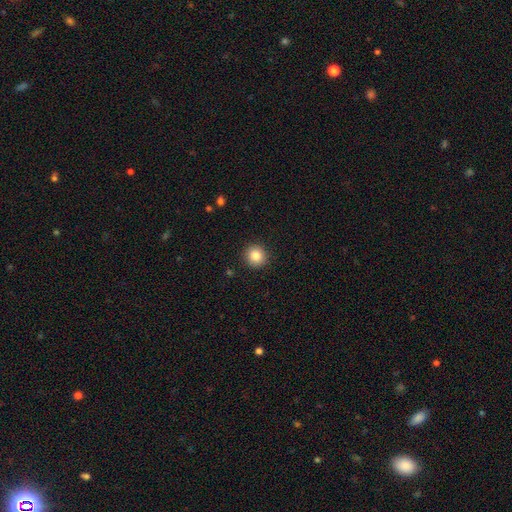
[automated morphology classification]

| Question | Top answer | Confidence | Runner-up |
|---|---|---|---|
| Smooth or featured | smooth | 84% | star or artifact (10%) |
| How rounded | round | 93% | in between (6%) |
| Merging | none | 92% | minor disturbance (6%) |